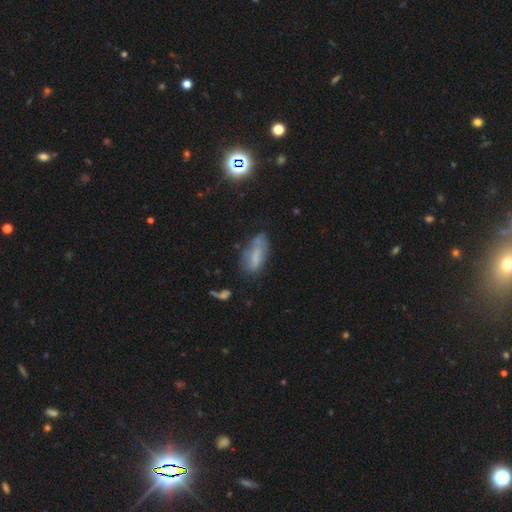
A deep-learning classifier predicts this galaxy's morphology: Overall: smooth (64%). How rounded: in between (76%). Merging: none (57%; minor disturbance 29%).